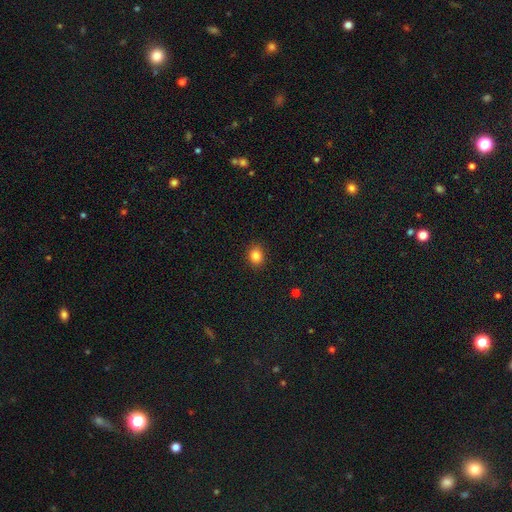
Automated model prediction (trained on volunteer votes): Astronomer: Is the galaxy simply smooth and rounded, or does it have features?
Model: smooth — 85%.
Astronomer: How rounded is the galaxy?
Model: round — 64%.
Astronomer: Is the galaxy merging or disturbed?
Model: none — 89%.